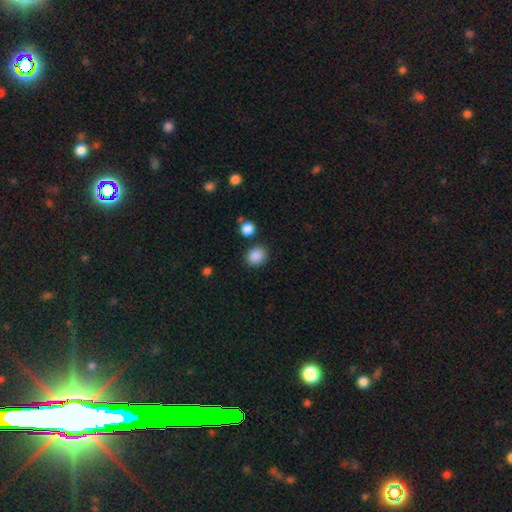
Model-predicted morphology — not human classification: The model was most divided on "how rounded": round: 77%, in between: 22%, cigar-shaped: 1%. More confident: smooth or featured — smooth (87%); merging — none (82%).